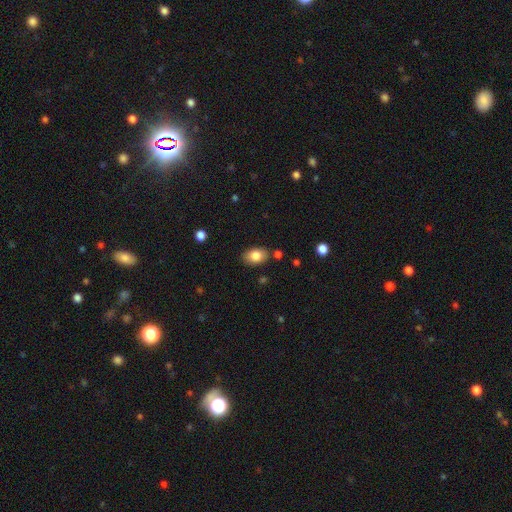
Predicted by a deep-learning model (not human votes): This appears to be a smooth galaxy with no disk features (83%) that is in between round and cigar-shaped (86%). Merging: none (81%).